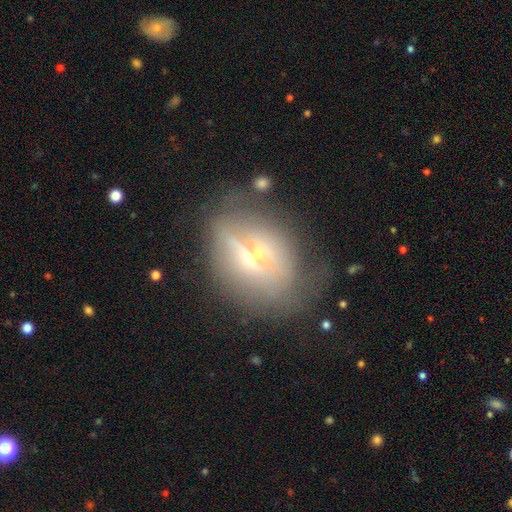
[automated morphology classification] A featured or disk galaxy (50%). Merging: none (47%).